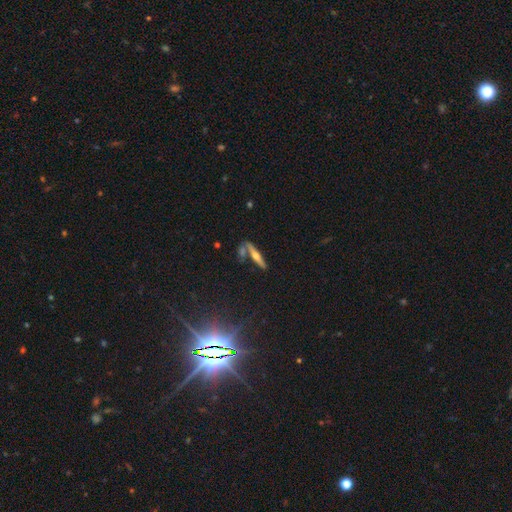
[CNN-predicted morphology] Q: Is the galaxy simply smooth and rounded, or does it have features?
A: featured or disk — 58%.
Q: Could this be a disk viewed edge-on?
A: yes — 94%.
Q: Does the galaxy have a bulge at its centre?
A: rounded — 91%.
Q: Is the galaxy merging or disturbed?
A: none — 70%.